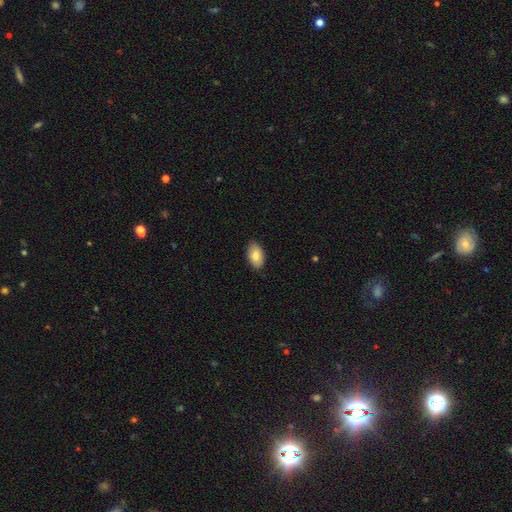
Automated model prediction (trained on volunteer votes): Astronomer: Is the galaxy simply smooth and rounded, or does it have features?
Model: smooth — 84%.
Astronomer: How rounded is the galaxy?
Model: in between — 93%.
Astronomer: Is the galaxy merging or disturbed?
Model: none — 88%.